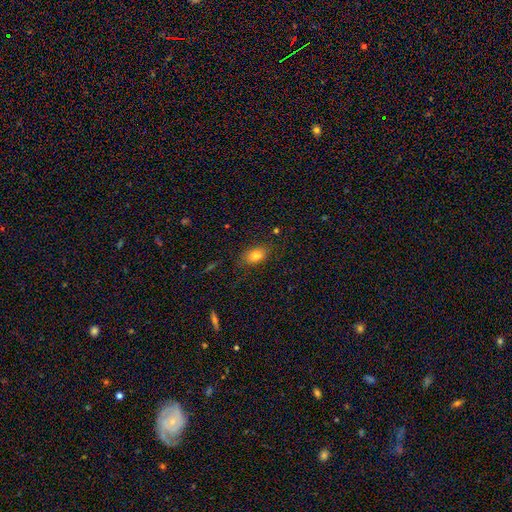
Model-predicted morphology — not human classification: Overall: smooth (79%). How rounded: in between (86%). Merging: none (79%).